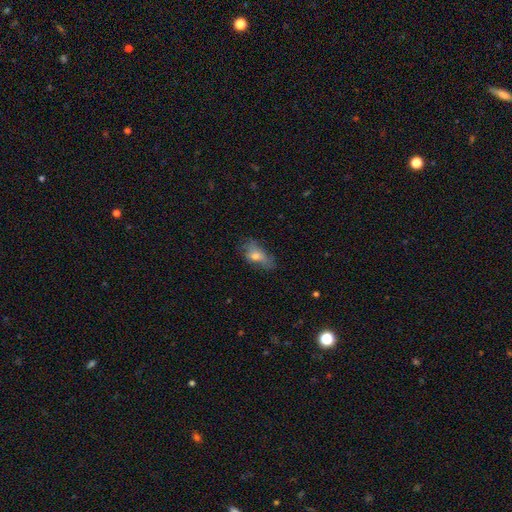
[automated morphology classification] A smooth galaxy with no disk features (64%) that is in between round and cigar-shaped (82%).

Vote fractions:
- Smooth or featured? smooth: 64% / featured or disk: 26% / star or artifact: 10%
- How rounded? in between: 82% / cigar-shaped: 11% / round: 7%
- Merging? none: 50% / minor disturbance: 31% / major disturbance: 18% / merger: 2%